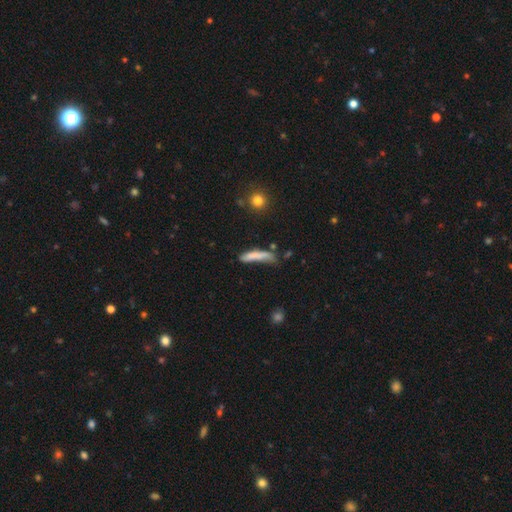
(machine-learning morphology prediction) Q: Smooth or featured?
A: smooth (74%); runner-up: featured or disk (18%)
Q: How rounded?
A: cigar-shaped (85%); runner-up: in between (13%)
Q: Merging?
A: none (40%); runner-up: minor disturbance (32%)